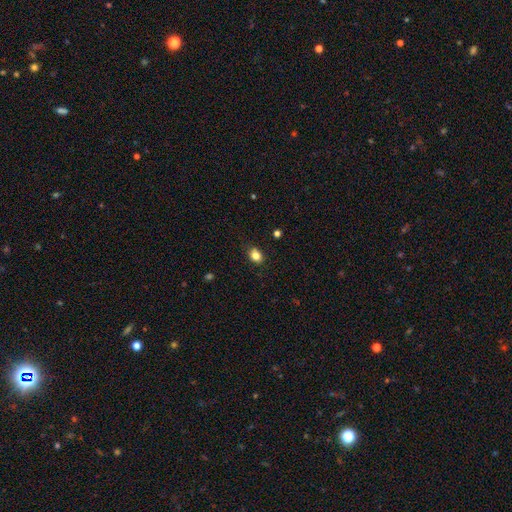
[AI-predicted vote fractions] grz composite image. It shows a smooth galaxy with no disk features (83%) that is in between round and cigar-shaped (57%). Merging: none (85%).